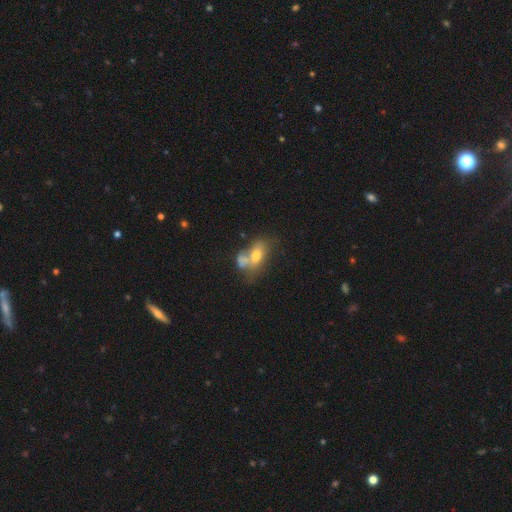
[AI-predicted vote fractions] smooth-or-featured: smooth: 59% | featured or disk: 29% | star or artifact: 11%
  how-rounded: in between: 80% | round: 14% | cigar-shaped: 6%
  merging: merger: 49% | none: 26% | minor disturbance: 14% | major disturbance: 11%